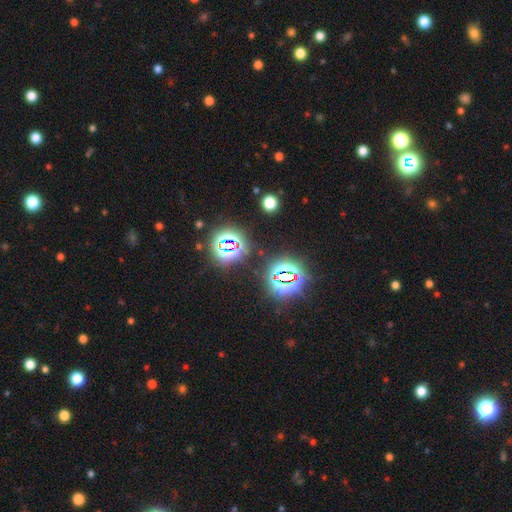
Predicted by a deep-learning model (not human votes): Morphology: type=star or artifact (81%).